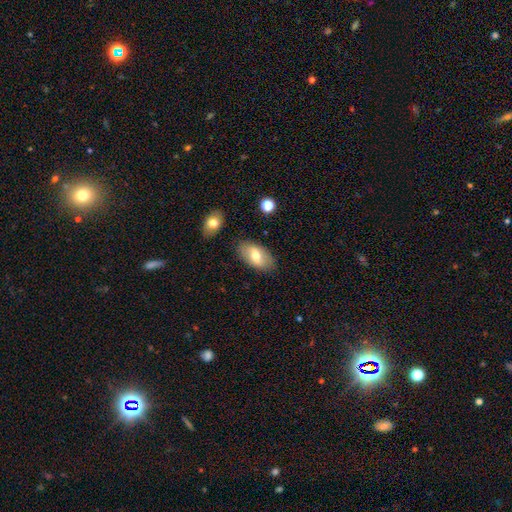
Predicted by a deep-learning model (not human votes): The model was most divided on "smooth or featured": smooth: 64%, featured or disk: 30%, star or artifact: 7%. More confident: how rounded — in between (93%); merging — none (83%).